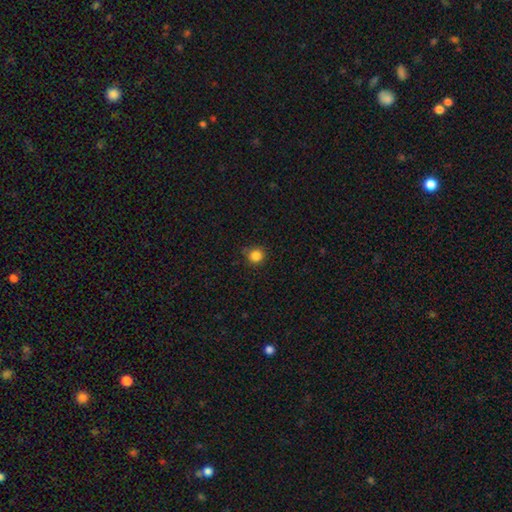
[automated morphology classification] Smooth or featured: smooth — 85% (star or artifact — 12%)
How rounded: round — 91% (in between — 9%)
Merging: none — 80% (minor disturbance — 16%)